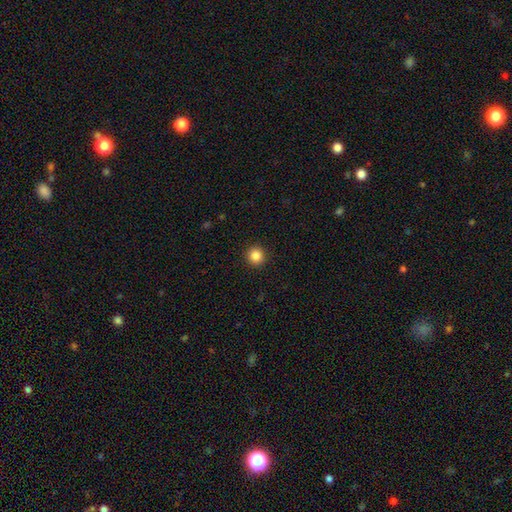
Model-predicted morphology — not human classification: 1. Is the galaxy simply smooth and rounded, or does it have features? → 86% smooth, 11% star or artifact, 4% featured or disk.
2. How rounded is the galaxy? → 94% round, 5% in between, 1% cigar-shaped.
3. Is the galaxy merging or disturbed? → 93% none, 5% minor disturbance, 2% major disturbance, 1% merger.